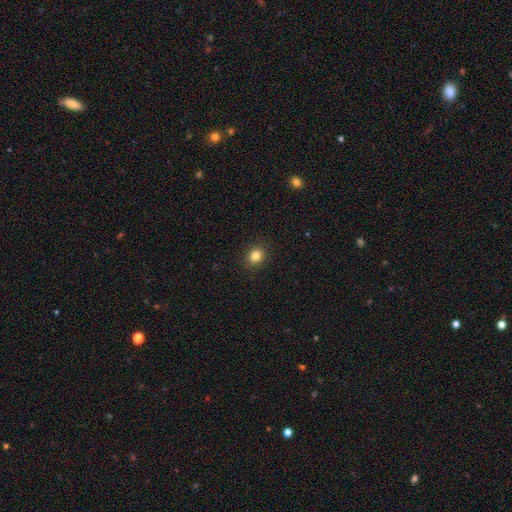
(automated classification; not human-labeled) smooth_or_featured: smooth (p=0.82) [alt: star or artifact p=0.12]
how_rounded: round (p=0.73) [alt: in between p=0.26]
merging: none (p=0.90) [alt: minor disturbance p=0.07]